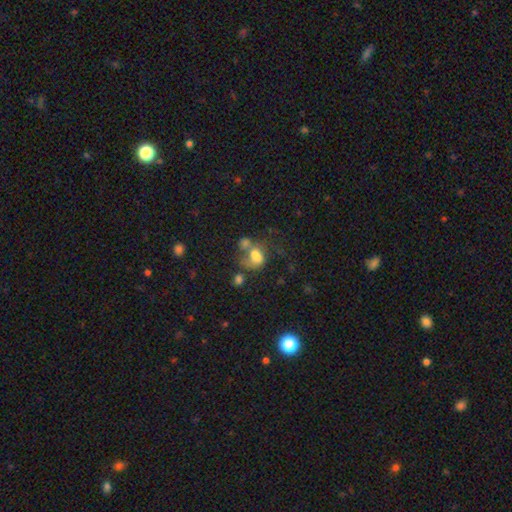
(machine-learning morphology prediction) smooth 61%, featured or disk 24%, star or artifact 15%. Down the decision tree: how rounded — in between (68%); merging — merger (43%).